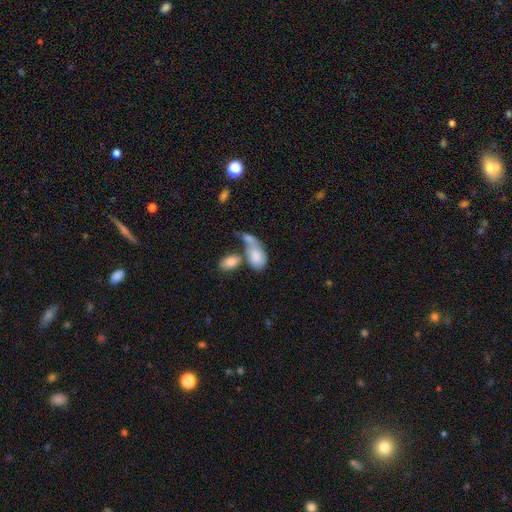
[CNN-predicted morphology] Overall: smooth (78%). How rounded: in between (91%). Merging: merger (55%; none 21%).